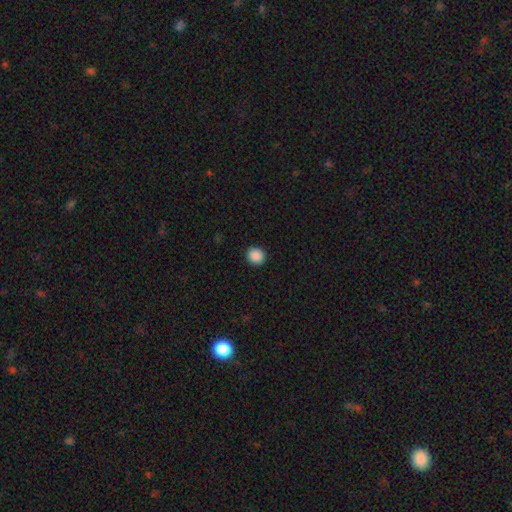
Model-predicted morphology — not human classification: smooth 89%, star or artifact 9%, featured or disk 2%. Down the decision tree: how rounded — round (88%); merging — none (92%).